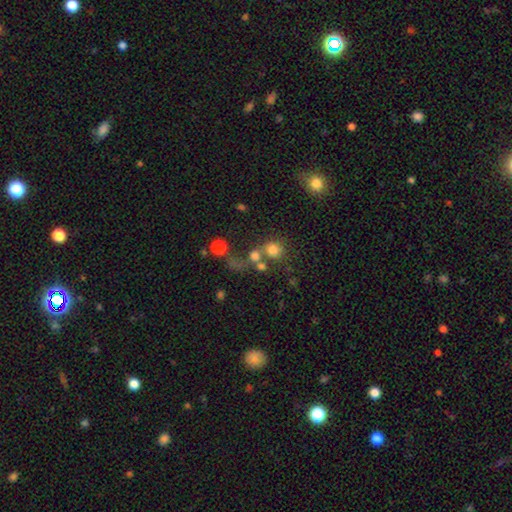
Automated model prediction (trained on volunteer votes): This appears to be a smooth galaxy with no disk features (62%) that is round (88%). Merging: none (52%).